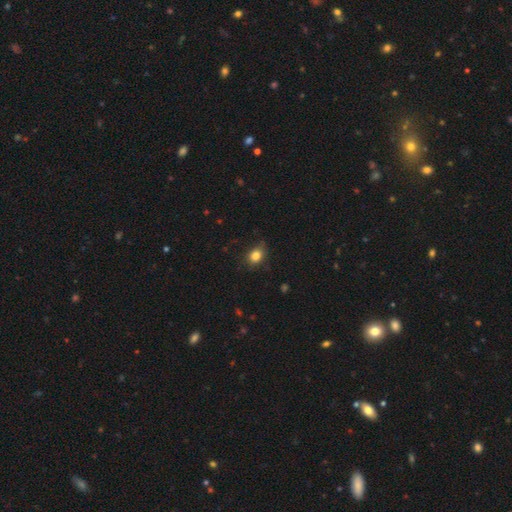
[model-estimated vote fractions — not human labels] Overall: smooth (83%). How rounded: in between (51%; round 48%). Merging: none (76%).